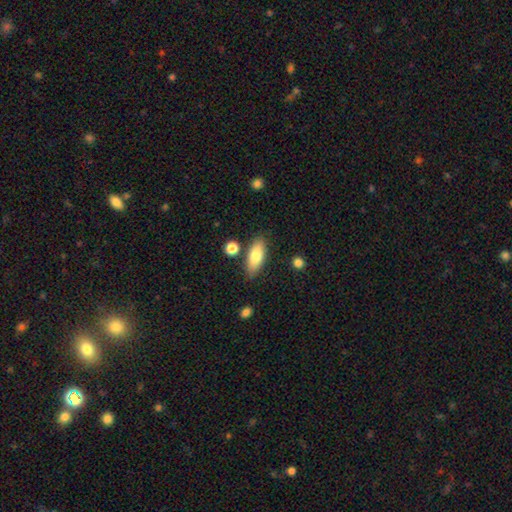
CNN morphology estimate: Smooth or featured?
  - smooth: 78% *
  - featured or disk: 15%
  - star or artifact: 6%
How rounded?
  - in between: 74% *
  - cigar-shaped: 23%
  - round: 3%
Merging?
  - none: 81% *
  - minor disturbance: 12%
  - merger: 4%
  - major disturbance: 3%